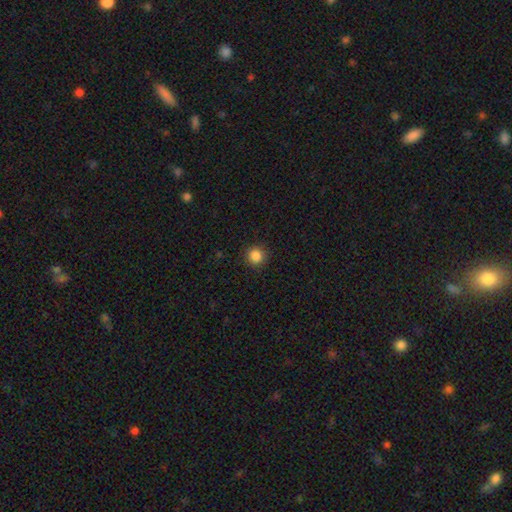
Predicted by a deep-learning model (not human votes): Smooth or featured?
  - smooth: 86% *
  - star or artifact: 11%
  - featured or disk: 3%
How rounded?
  - round: 93% *
  - in between: 6%
  - cigar-shaped: 1%
Merging?
  - none: 90% *
  - minor disturbance: 7%
  - major disturbance: 2%
  - merger: 1%